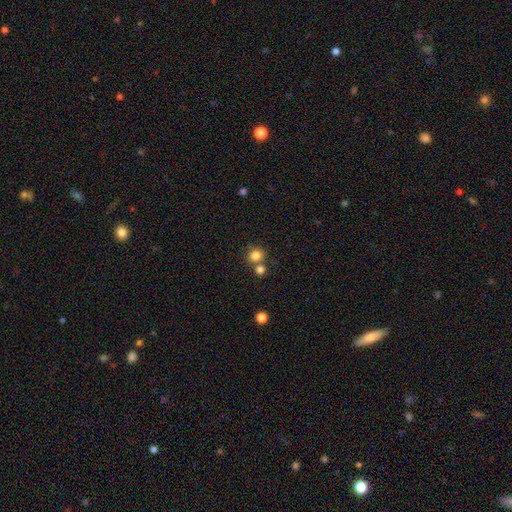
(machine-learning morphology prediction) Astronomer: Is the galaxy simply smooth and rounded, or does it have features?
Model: smooth — 82%.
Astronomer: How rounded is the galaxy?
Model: round — 87%.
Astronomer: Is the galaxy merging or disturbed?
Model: none — 62%.